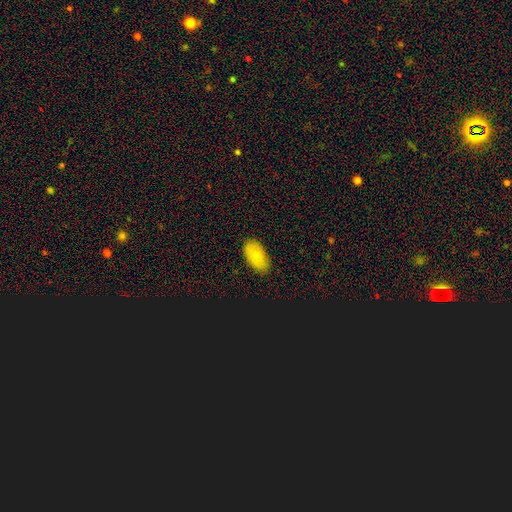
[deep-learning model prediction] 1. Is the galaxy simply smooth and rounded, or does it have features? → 79% smooth, 12% featured or disk, 9% star or artifact.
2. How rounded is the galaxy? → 94% in between, 4% round, 2% cigar-shaped.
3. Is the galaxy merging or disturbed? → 86% none, 11% minor disturbance, 2% major disturbance, 1% merger.